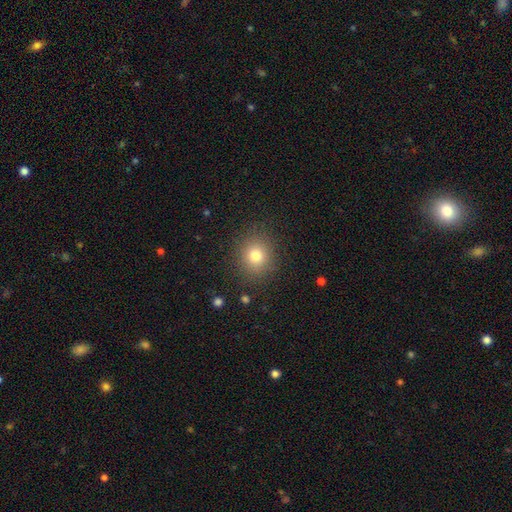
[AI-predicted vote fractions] A smooth galaxy with no disk features (77%) that is round (82%). Merging: none (87%).